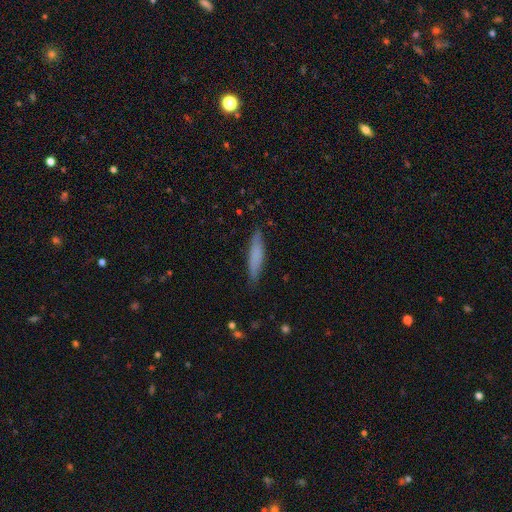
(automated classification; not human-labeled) Morphology: type=smooth (70%); roundness=cigar-shaped (86%); merging=none (84%).